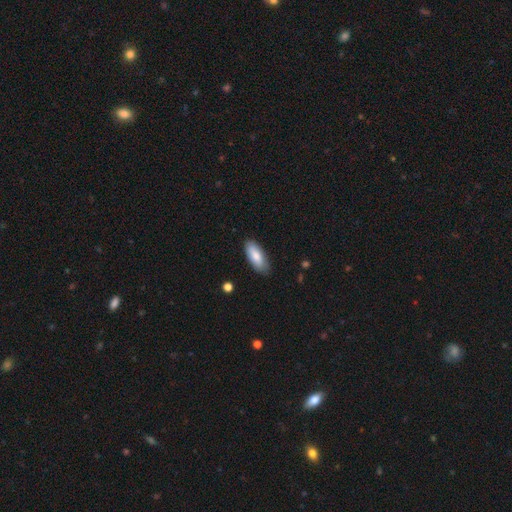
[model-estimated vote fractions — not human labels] smooth_or_featured: smooth (p=0.81) [alt: featured or disk p=0.13]
how_rounded: in between (p=0.81) [alt: cigar-shaped p=0.17]
merging: none (p=0.84) [alt: minor disturbance p=0.12]